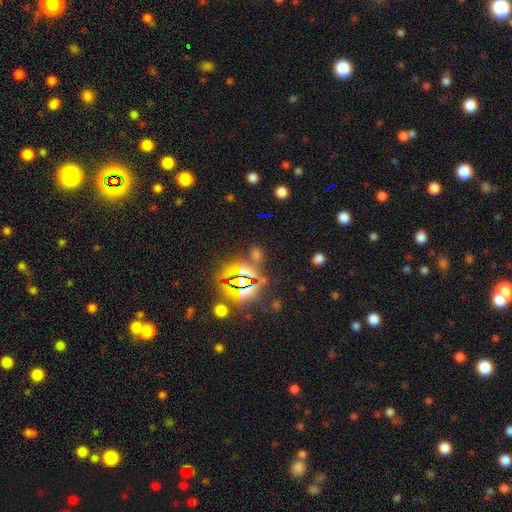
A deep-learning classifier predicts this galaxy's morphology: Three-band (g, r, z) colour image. It shows a star or artifact, not a galaxy (66%).